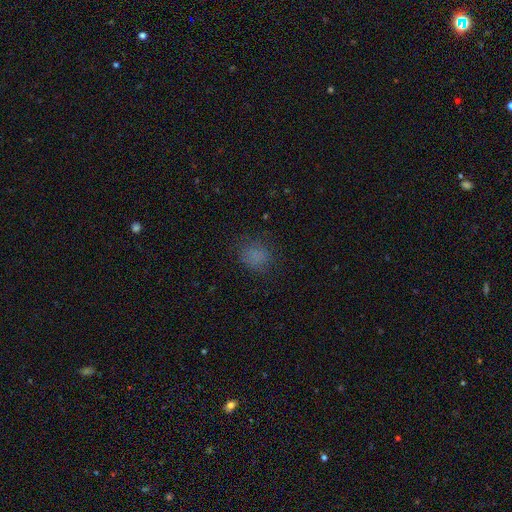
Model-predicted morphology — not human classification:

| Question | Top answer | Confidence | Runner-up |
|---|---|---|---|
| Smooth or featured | smooth | 76% | star or artifact (17%) |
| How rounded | round | 69% | in between (30%) |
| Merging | none | 77% | minor disturbance (15%) |